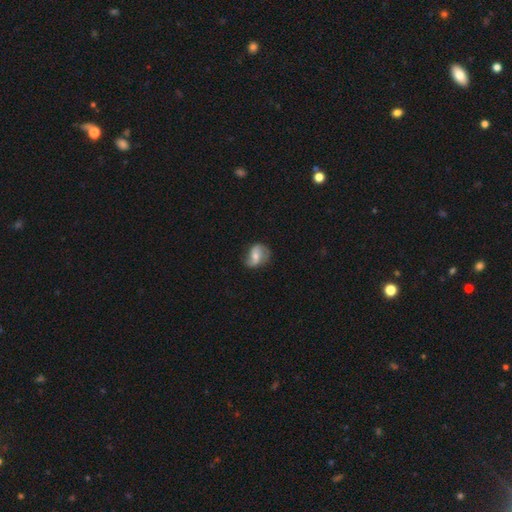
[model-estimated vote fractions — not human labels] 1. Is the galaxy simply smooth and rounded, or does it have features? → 64% featured or disk, 29% smooth, 7% star or artifact.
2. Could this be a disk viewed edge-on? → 97% no, 3% yes.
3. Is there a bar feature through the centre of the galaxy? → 43% weak, 36% no, 21% strong.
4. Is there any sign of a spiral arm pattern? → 88% yes, 12% no.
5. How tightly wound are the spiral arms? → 52% loose, 35% medium, 13% tight.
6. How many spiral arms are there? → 84% 2, 7% can't tell, 6% 1, 2% 3, 1% 4, 1% more than 4.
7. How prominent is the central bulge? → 51% moderate, 41% small, 4% none, 3% large, 1% dominant.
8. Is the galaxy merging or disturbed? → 65% none, 24% minor disturbance, 10% major disturbance, 2% merger.